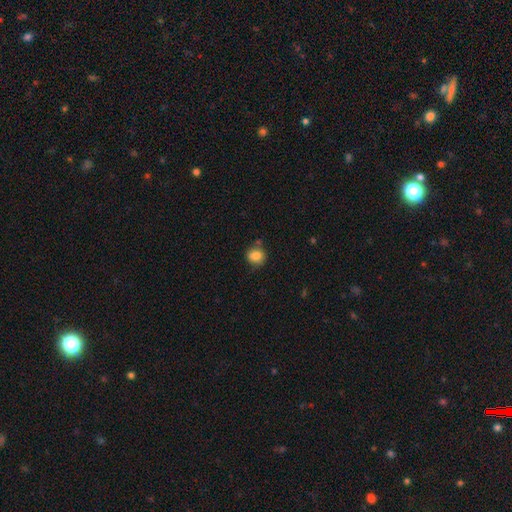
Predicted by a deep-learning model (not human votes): A smooth galaxy with no disk features (84%) that is round (80%).

Vote fractions:
- Smooth or featured? smooth: 84% / star or artifact: 9% / featured or disk: 7%
- How rounded? round: 80% / in between: 19% / cigar-shaped: 1%
- Merging? none: 72% / minor disturbance: 17% / merger: 7% / major disturbance: 4%